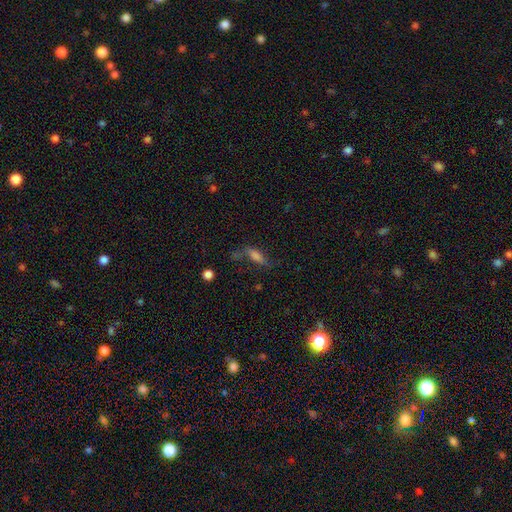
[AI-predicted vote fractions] Overall: smooth (59%; featured or disk 23%). How rounded: in between (48%; cigar-shaped 47%). Merging: none (51%; minor disturbance 23%).